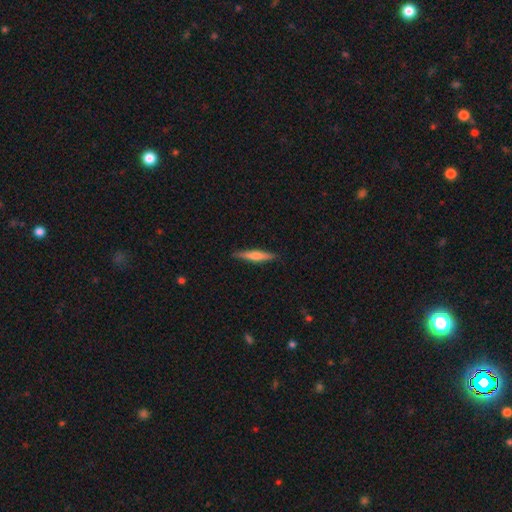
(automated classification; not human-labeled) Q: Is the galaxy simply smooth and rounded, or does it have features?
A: smooth — 51%.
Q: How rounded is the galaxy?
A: cigar-shaped — 90%.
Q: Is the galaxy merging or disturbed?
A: none — 90%.